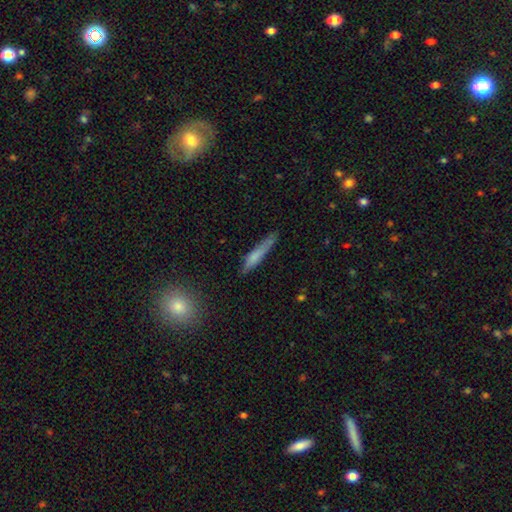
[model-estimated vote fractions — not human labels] Smooth or featured? Predicted: smooth (p=0.68). How rounded? Predicted: cigar-shaped (p=0.91). Merging? Predicted: none (p=0.70).